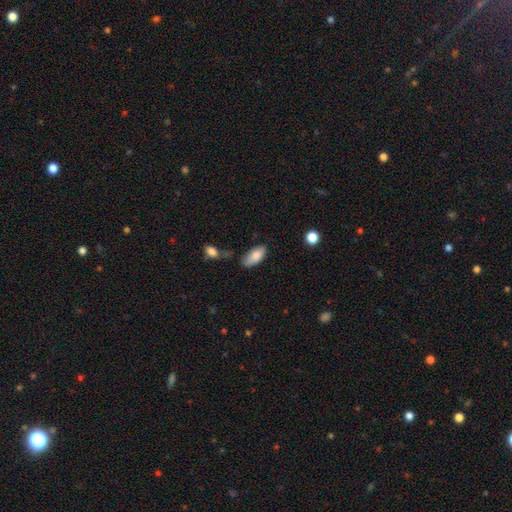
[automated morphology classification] smooth-or-featured: smooth: 83% | featured or disk: 10% | star or artifact: 7%
  how-rounded: in between: 90% | cigar-shaped: 8% | round: 2%
  merging: none: 65% | minor disturbance: 24% | merger: 6% | major disturbance: 5%